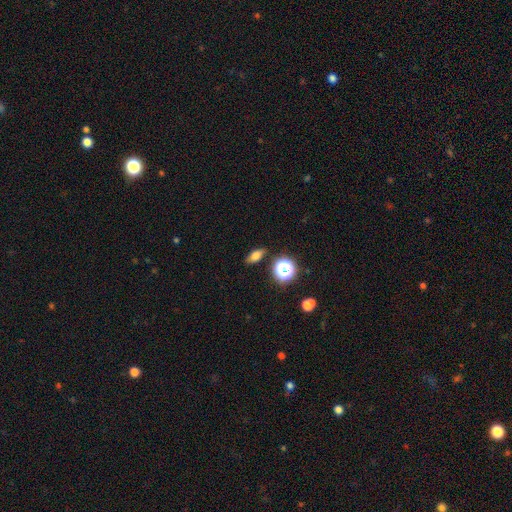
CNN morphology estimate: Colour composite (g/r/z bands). It shows a smooth galaxy with no disk features (70%) that is in between round and cigar-shaped (73%). Merging: none (85%).